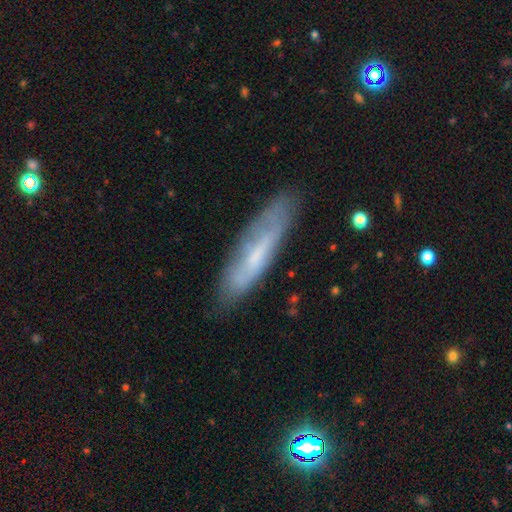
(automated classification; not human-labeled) This appears to be a smooth galaxy with no disk features (51%) that is cigar-shaped (76%). Merging: none (75%).